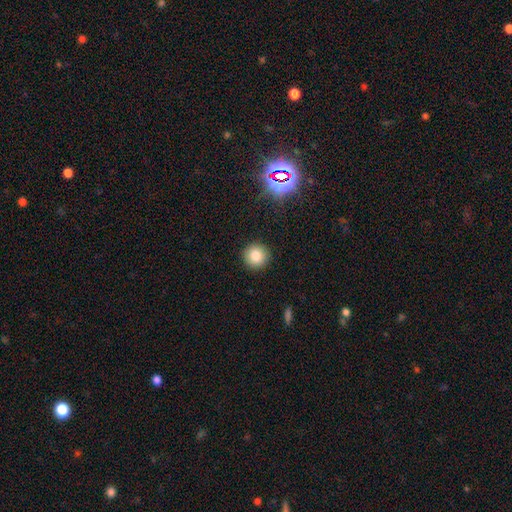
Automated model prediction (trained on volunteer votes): The model was most divided on "smooth or featured": smooth: 80%, star or artifact: 12%, featured or disk: 8%. More confident: how rounded — round (94%); merging — none (92%).